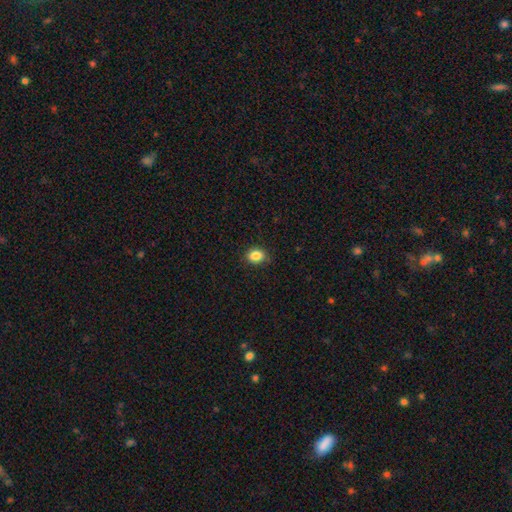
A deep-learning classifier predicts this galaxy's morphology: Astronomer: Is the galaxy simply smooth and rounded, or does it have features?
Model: smooth — 86%.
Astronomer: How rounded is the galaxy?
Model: in between — 61% (runner-up: round, 38%).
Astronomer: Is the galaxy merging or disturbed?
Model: none — 85%.